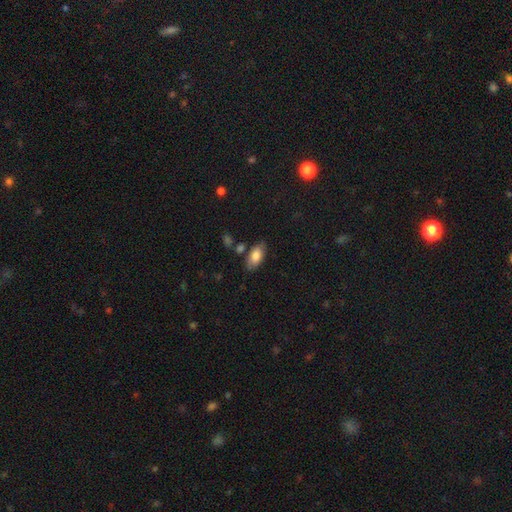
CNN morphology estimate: A smooth galaxy with no disk features (79%) that is in between round and cigar-shaped (93%). Merging: none (75%).